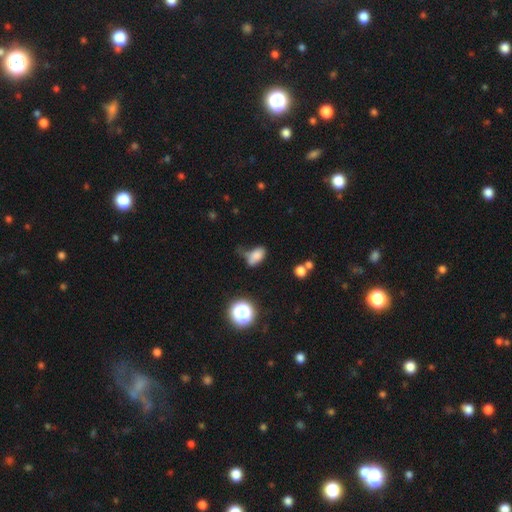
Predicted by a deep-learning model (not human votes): Morphology: type=smooth (77%); roundness=in between (87%); merging=none (39%).